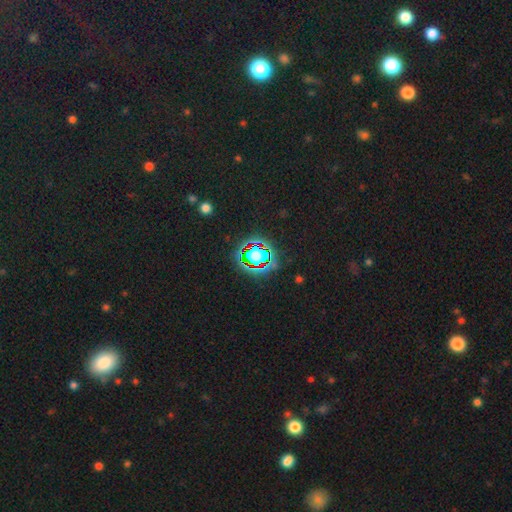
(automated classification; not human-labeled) star or artifact 62%, smooth 24%, featured or disk 13%.